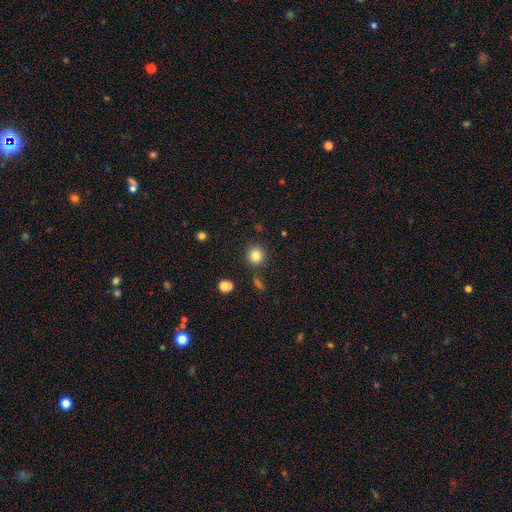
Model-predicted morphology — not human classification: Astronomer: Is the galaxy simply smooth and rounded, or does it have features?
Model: smooth — 82%.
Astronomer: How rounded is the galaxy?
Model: round — 93%.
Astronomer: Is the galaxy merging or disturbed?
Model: none — 85%.